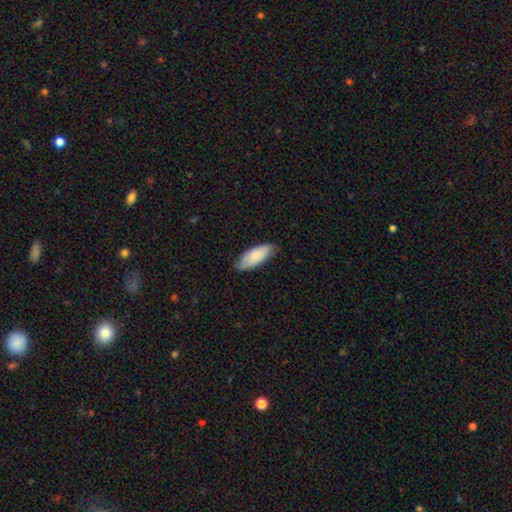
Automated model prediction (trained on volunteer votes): A smooth galaxy with no disk features (84%) that is in between round and cigar-shaped (82%). Merging: none (80%).